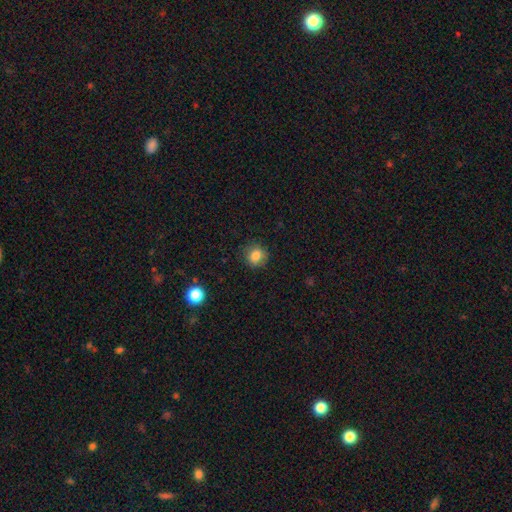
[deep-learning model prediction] A smooth galaxy with no disk features (83%) that is round (86%).

Vote fractions:
- Smooth or featured? smooth: 83% / star or artifact: 11% / featured or disk: 6%
- How rounded? round: 86% / in between: 13% / cigar-shaped: 1%
- Merging? none: 86% / minor disturbance: 10% / major disturbance: 3% / merger: 1%